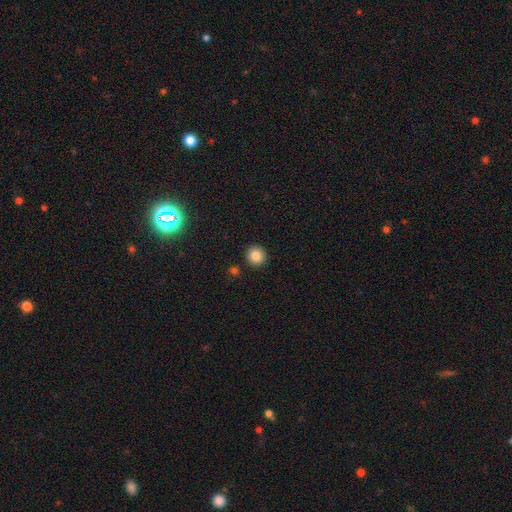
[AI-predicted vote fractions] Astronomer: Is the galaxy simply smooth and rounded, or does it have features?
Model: smooth — 85%.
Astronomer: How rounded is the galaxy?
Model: round — 94%.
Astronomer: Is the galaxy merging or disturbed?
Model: none — 91%.